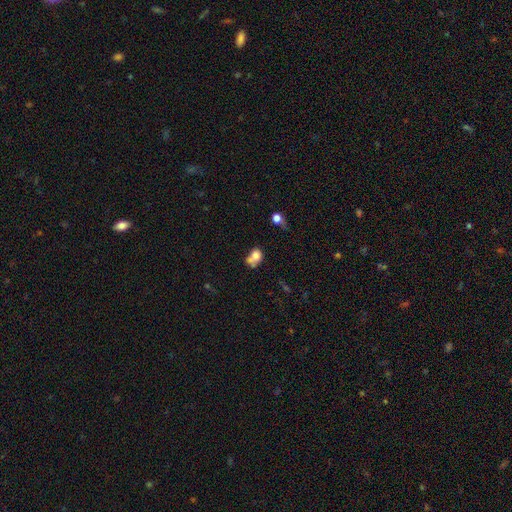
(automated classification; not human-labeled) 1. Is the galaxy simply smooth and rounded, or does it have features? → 70% smooth, 18% featured or disk, 12% star or artifact.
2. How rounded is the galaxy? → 53% in between, 46% round, 1% cigar-shaped.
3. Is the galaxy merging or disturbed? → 48% merger, 25% none, 15% minor disturbance, 12% major disturbance.